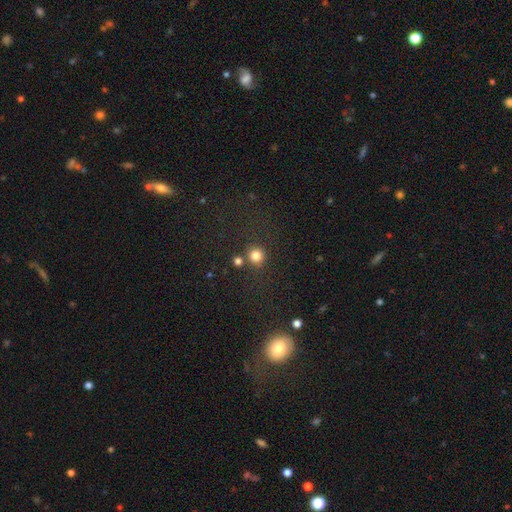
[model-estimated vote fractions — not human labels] Smooth or featured?
  - smooth: 81% *
  - star or artifact: 14%
  - featured or disk: 5%
How rounded?
  - round: 90% *
  - in between: 9%
  - cigar-shaped: 1%
Merging?
  - none: 76% *
  - merger: 11%
  - minor disturbance: 9%
  - major disturbance: 4%